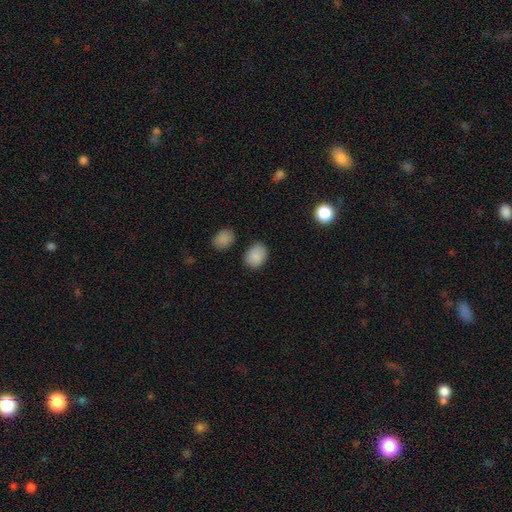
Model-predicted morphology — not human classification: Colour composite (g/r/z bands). It shows a smooth galaxy with no disk features (88%) that is in between round and cigar-shaped (71%). Merging: none (82%).